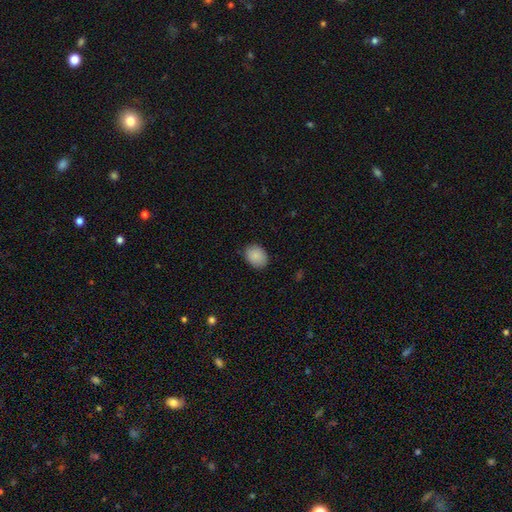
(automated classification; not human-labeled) Smooth or featured: smooth — 89% (star or artifact — 7%)
How rounded: in between — 56% (round — 43%)
Merging: none — 85% (minor disturbance — 12%)